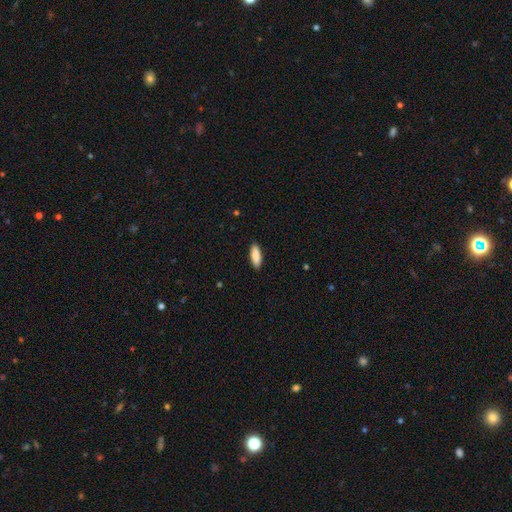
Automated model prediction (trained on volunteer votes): Smooth or featured?
  - smooth: 89% *
  - featured or disk: 6%
  - star or artifact: 6%
How rounded?
  - in between: 67% *
  - cigar-shaped: 31%
  - round: 2%
Merging?
  - none: 90% *
  - minor disturbance: 7%
  - major disturbance: 2%
  - merger: 1%